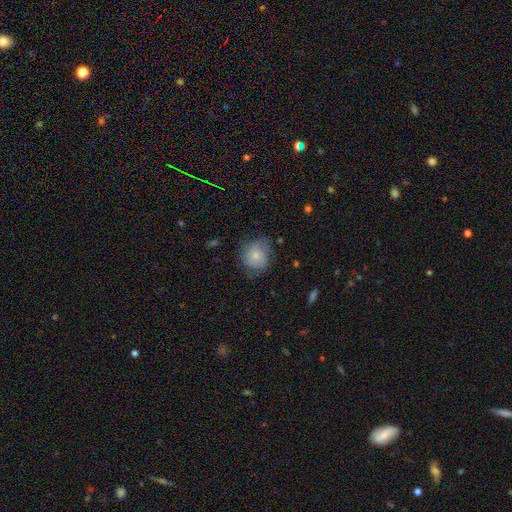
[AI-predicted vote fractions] Smooth or featured? smooth (76%)
How rounded? round (80%)
Merging? none (62%)